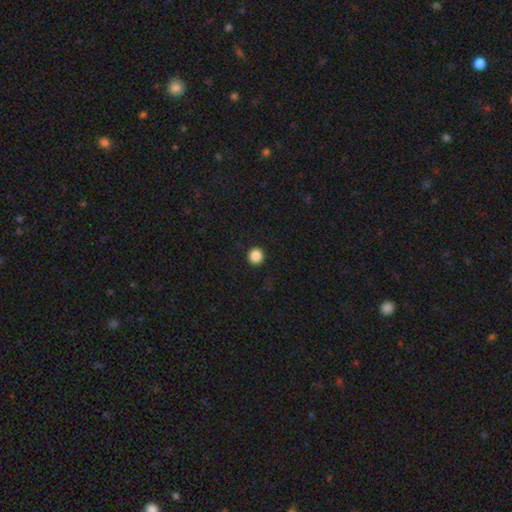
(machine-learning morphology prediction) A smooth galaxy with no disk features (87%) that is round (96%). Merging: none (94%).